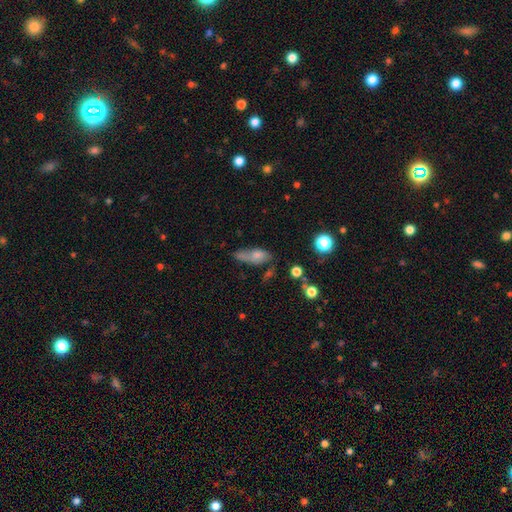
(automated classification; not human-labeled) This appears to be a smooth galaxy with no disk features (64%) that is in between round and cigar-shaped (76%). Merging: none (37%).